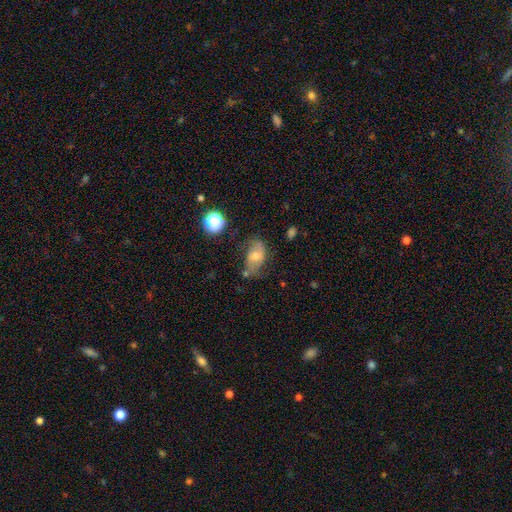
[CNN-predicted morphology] type=smooth (50%); merging=none (53%).